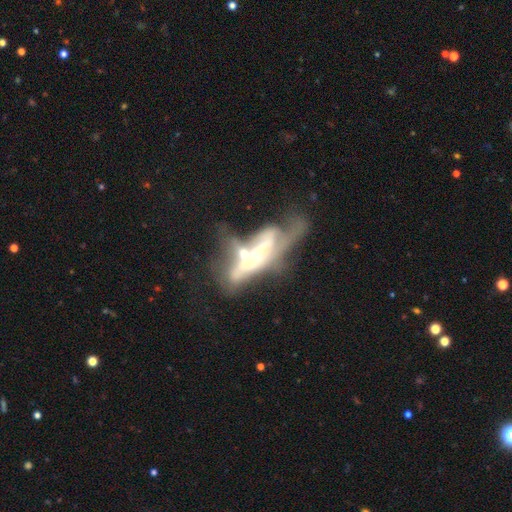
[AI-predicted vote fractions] A featured or disk galaxy (71%) with no bar (72%), no spiral arms (59%) and a moderate central bulge (57%).

Vote fractions:
- Smooth or featured? featured or disk: 71% / smooth: 21% / star or artifact: 8%
- Edge-on disk? no: 75% / yes: 25%
- Bar? no: 72% / weak: 19% / strong: 10%
- Spiral arms? no: 59% / yes: 41%
- Bulge size? moderate: 57% / small: 31% / large: 7% / none: 4% / dominant: 2%
- Merging? merger: 59% / major disturbance: 21% / none: 12% / minor disturbance: 8%